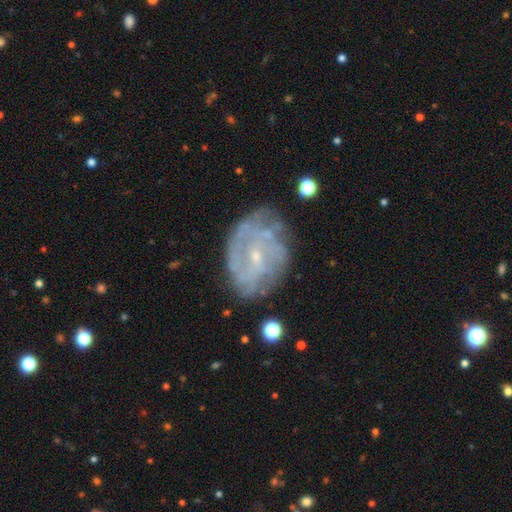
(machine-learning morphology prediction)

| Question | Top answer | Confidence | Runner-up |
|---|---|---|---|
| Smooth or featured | featured or disk | 76% | smooth (15%) |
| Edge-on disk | no | 97% | yes (3%) |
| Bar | no | 54% | weak (37%) |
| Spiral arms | yes | 78% | no (22%) |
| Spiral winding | tight | 53% | medium (32%) |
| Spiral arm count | can't tell | 50% | 2 (16%) |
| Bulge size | small | 81% | moderate (14%) |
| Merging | none | 66% | minor disturbance (21%) |